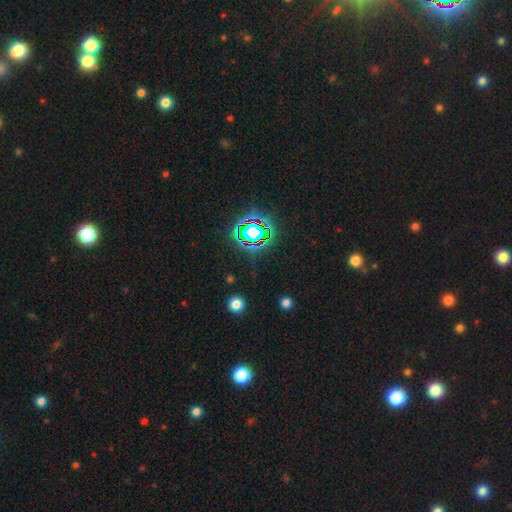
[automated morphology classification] A star or artifact, not a galaxy (70%).

Vote fractions:
- Smooth or featured? star or artifact: 70% / smooth: 20% / featured or disk: 10%